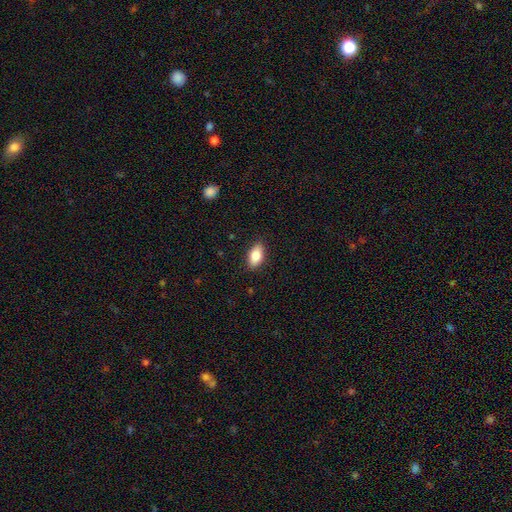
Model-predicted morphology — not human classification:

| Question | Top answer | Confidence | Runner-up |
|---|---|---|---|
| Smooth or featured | smooth | 83% | featured or disk (10%) |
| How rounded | in between | 89% | cigar-shaped (6%) |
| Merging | none | 87% | minor disturbance (10%) |